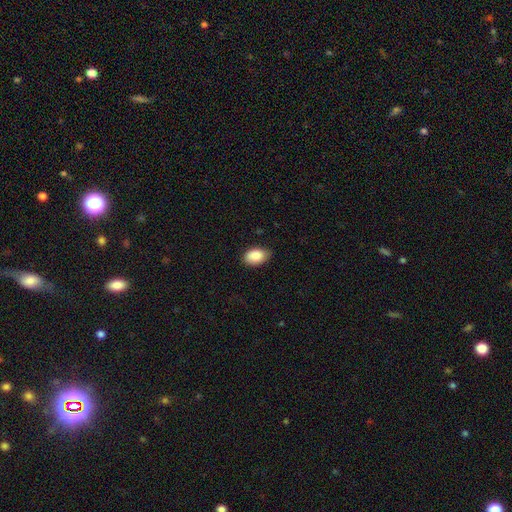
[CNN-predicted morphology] The model was most divided on "merging": none: 80%, minor disturbance: 17%, major disturbance: 3%, merger: 1%. More confident: how rounded — in between (88%); smooth or featured — smooth (87%).